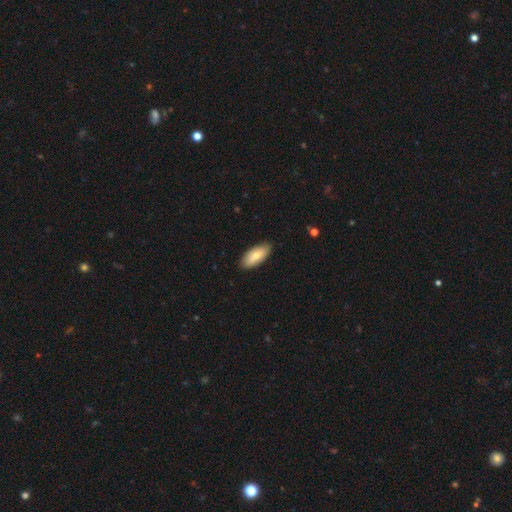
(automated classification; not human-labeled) This appears to be a smooth galaxy with no disk features (76%) that is in between round and cigar-shaped (85%). Merging: none (87%).